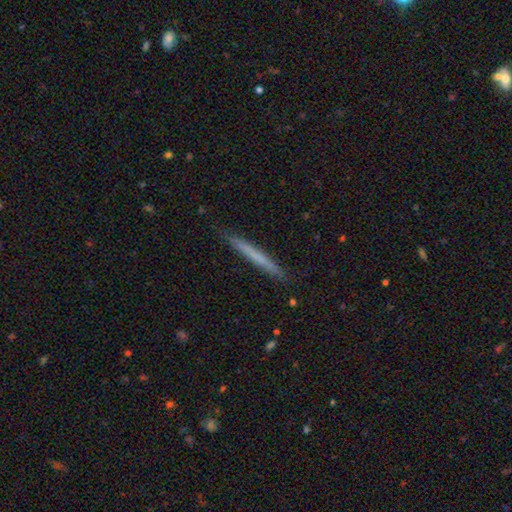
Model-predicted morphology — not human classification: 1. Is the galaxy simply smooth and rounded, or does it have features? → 59% smooth, 35% featured or disk, 6% star or artifact.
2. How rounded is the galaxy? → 97% cigar-shaped, 2% in between, 1% round.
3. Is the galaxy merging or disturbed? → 90% none, 8% minor disturbance, 1% major disturbance, 1% merger.